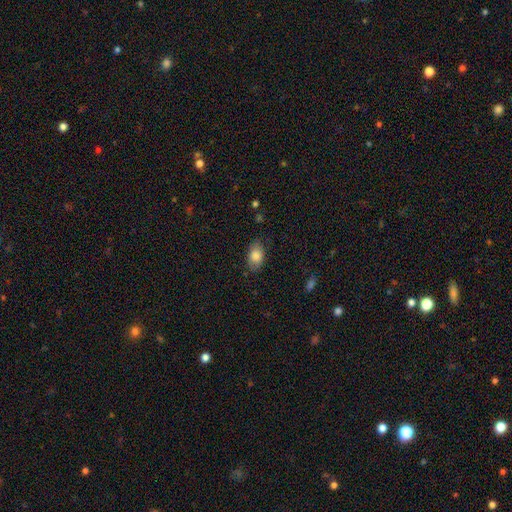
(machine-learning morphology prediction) smooth_or_featured: smooth (p=0.83) [alt: featured or disk p=0.10]
how_rounded: in between (p=0.88) [alt: round p=0.10]
merging: none (p=0.80) [alt: minor disturbance p=0.15]